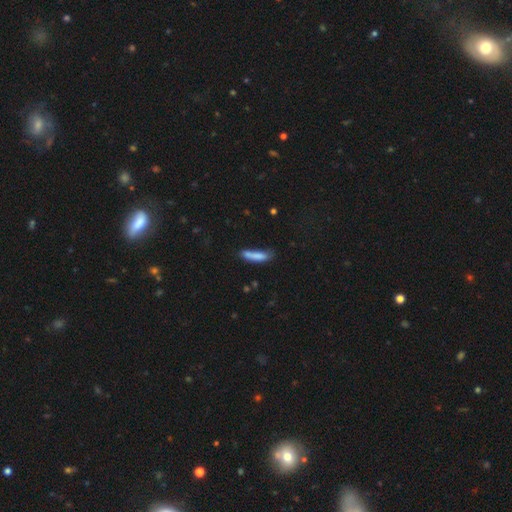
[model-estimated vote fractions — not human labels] This is clearly a smooth galaxy (80%). How rounded: likely cigar-shaped (78%). Merging: possibly none (57%).